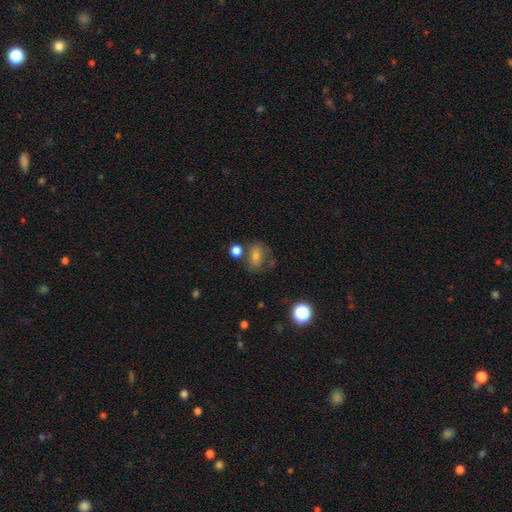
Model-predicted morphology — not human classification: Overall: smooth (67%). How rounded: in between (61%; round 36%). Merging: none (57%; minor disturbance 18%).